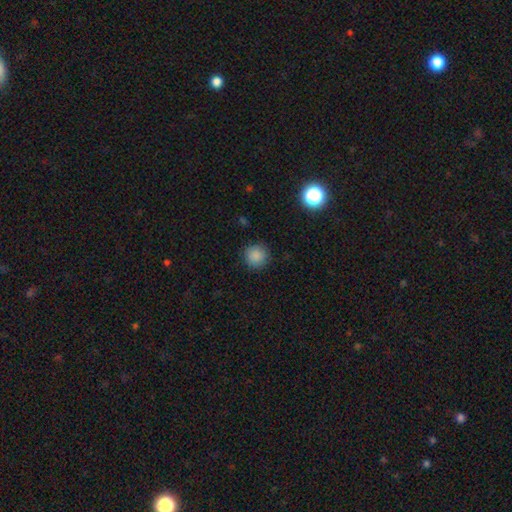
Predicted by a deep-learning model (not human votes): This is clearly a smooth galaxy (86%). How rounded: clearly round (94%). Merging: clearly none (89%).